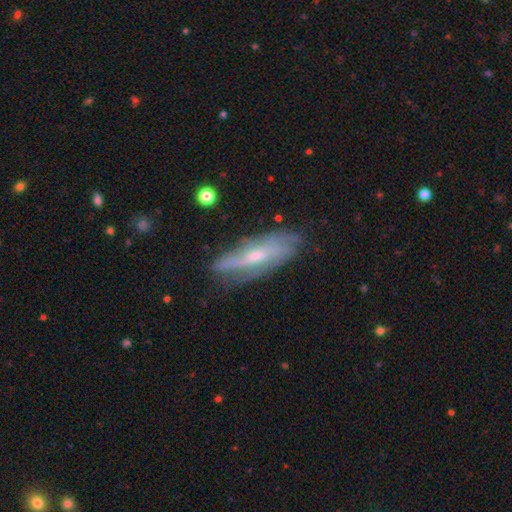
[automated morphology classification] Smooth or featured? Predicted: featured or disk (p=0.67). Edge-on disk? Predicted: no (p=0.61). Merging? Predicted: none (p=0.68).